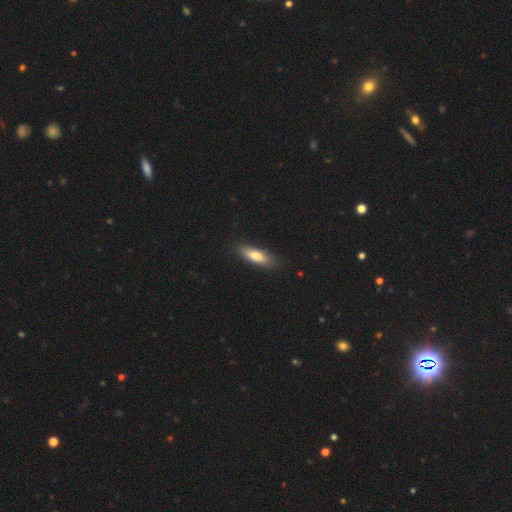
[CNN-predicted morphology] smooth_or_featured: smooth (p=0.74) [alt: featured or disk p=0.20]
how_rounded: in between (p=0.50) [alt: cigar-shaped p=0.48]
merging: none (p=0.86) [alt: minor disturbance p=0.11]